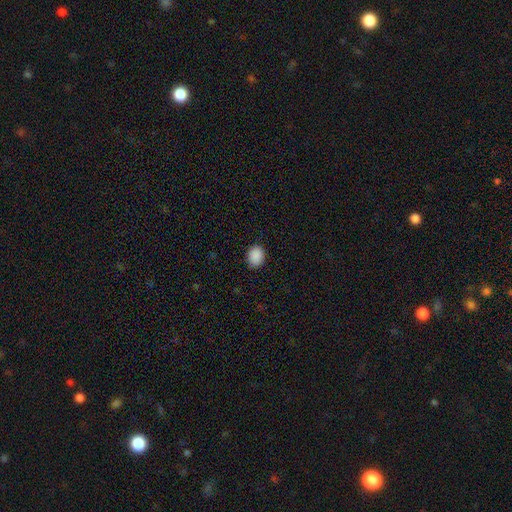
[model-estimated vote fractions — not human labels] Overall: smooth (90%). How rounded: in between (55%; round 44%). Merging: none (88%).